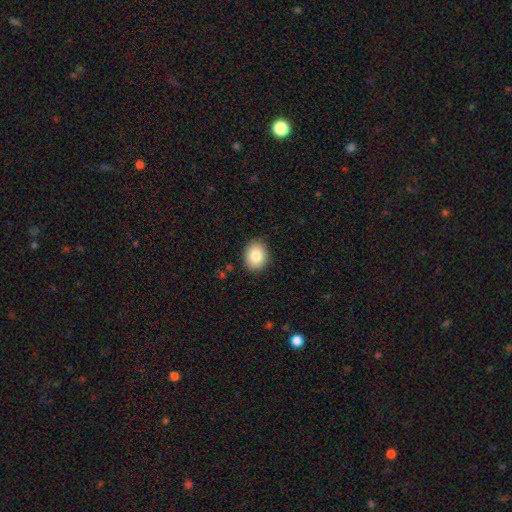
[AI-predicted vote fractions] Q: Smooth or featured?
A: smooth (84%); runner-up: featured or disk (8%)
Q: How rounded?
A: round (50%); runner-up: in between (49%)
Q: Merging?
A: none (88%); runner-up: minor disturbance (9%)